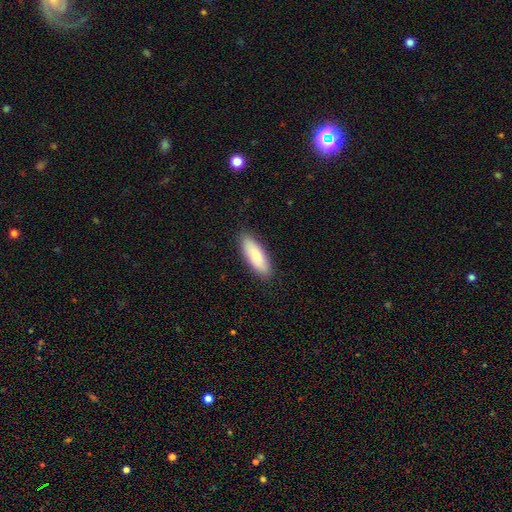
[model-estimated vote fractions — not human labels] Overall: smooth (80%). How rounded: in between (61%; cigar-shaped 37%). Merging: none (88%).